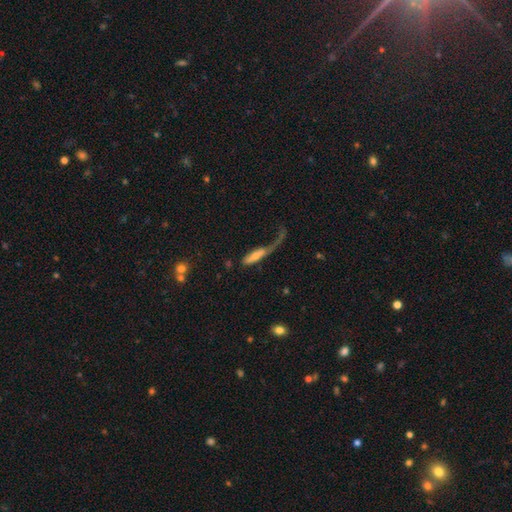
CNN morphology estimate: smooth_or_featured: smooth (p=0.54) [alt: featured or disk p=0.39]
how_rounded: cigar-shaped (p=0.60) [alt: in between p=0.37]
merging: major disturbance (p=0.56) [alt: none p=0.20]